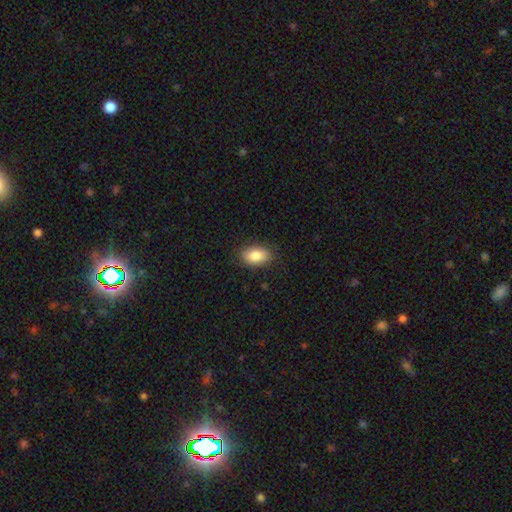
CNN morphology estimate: smooth 86%, star or artifact 7%, featured or disk 7%. Down the decision tree: how rounded — in between (90%); merging — none (87%).